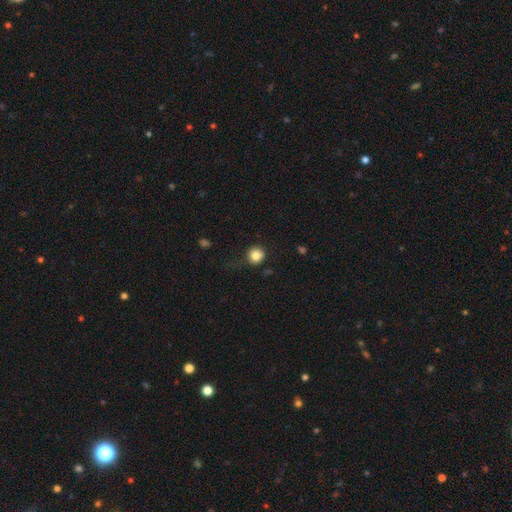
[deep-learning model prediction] A smooth galaxy with no disk features (83%) that is round (91%).

Vote fractions:
- Smooth or featured? smooth: 83% / star or artifact: 11% / featured or disk: 6%
- How rounded? round: 91% / in between: 8% / cigar-shaped: 1%
- Merging? none: 74% / minor disturbance: 17% / major disturbance: 7% / merger: 2%